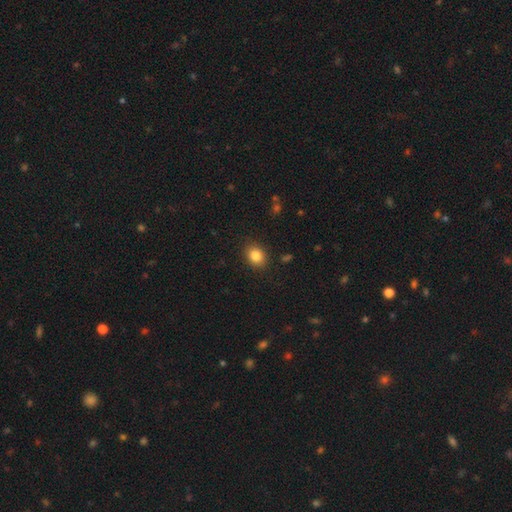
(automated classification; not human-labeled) smooth 85%, star or artifact 10%, featured or disk 5%. Down the decision tree: how rounded — round (53%); merging — none (88%).